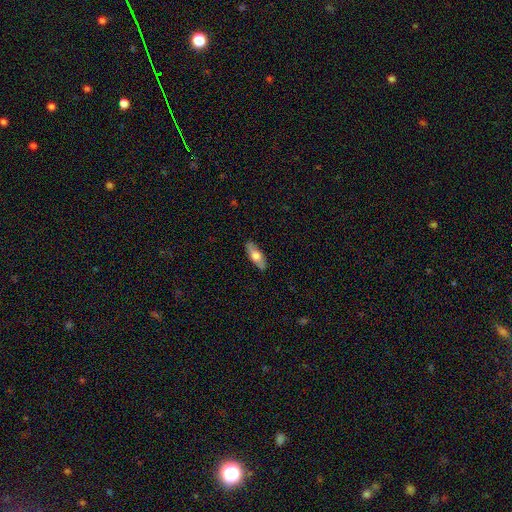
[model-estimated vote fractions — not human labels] The model was most divided on "smooth or featured": smooth: 61%, featured or disk: 33%, star or artifact: 6%. More confident: merging — none (85%); how rounded — in between (68%).